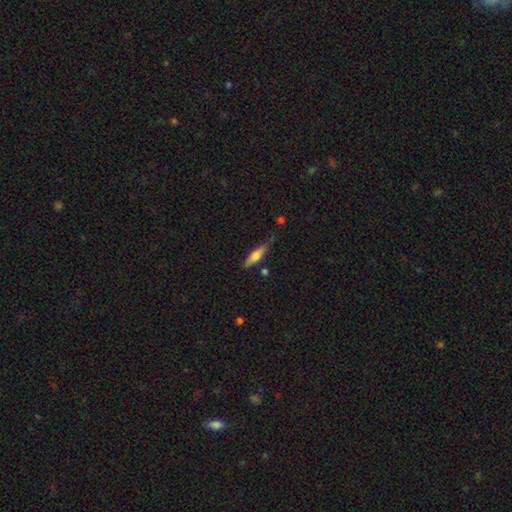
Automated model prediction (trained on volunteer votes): smooth_or_featured: smooth (p=0.64) [alt: featured or disk p=0.30]
how_rounded: cigar-shaped (p=0.68) [alt: in between p=0.30]
merging: none (p=0.73) [alt: minor disturbance p=0.19]